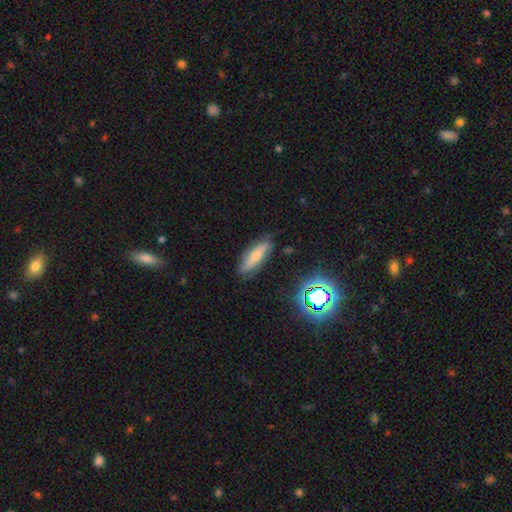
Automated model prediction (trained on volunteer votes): This is possibly a smooth galaxy (55%). How rounded: possibly cigar-shaped (50%). Merging: likely none (77%).